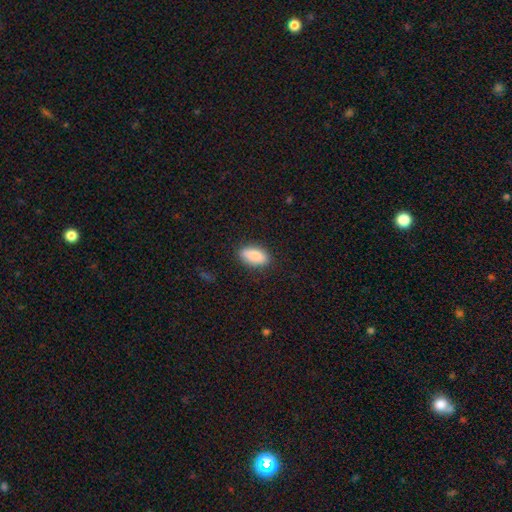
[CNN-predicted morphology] Smooth or featured? smooth (87%)
How rounded? in between (89%)
Merging? none (83%)